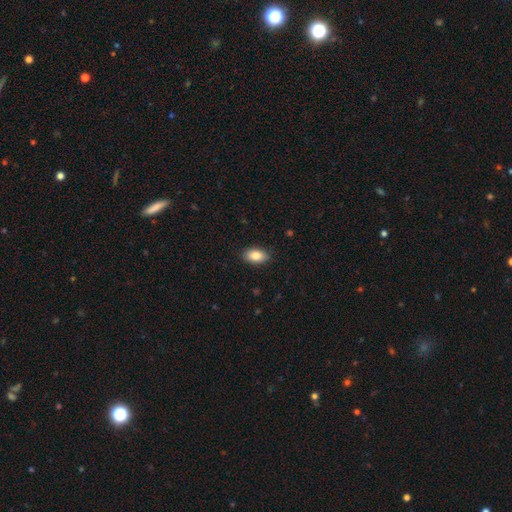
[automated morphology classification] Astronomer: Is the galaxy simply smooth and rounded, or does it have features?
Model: smooth — 84%.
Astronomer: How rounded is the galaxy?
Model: in between — 92%.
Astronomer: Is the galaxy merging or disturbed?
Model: none — 88%.